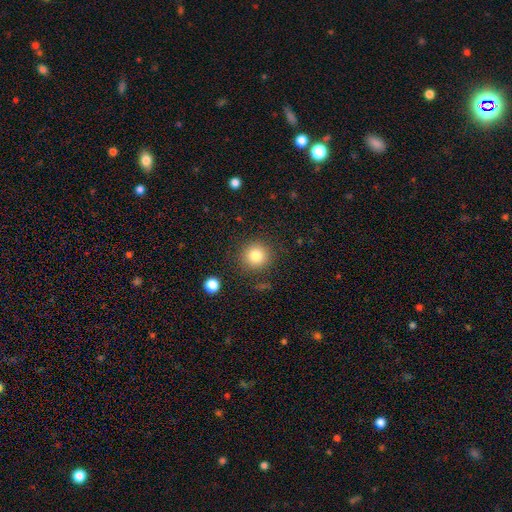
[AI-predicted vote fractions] A smooth galaxy with no disk features (82%) that is round (93%).

Vote fractions:
- Smooth or featured? smooth: 82% / star or artifact: 11% / featured or disk: 7%
- How rounded? round: 93% / in between: 6% / cigar-shaped: 1%
- Merging? none: 87% / minor disturbance: 8% / major disturbance: 3% / merger: 2%